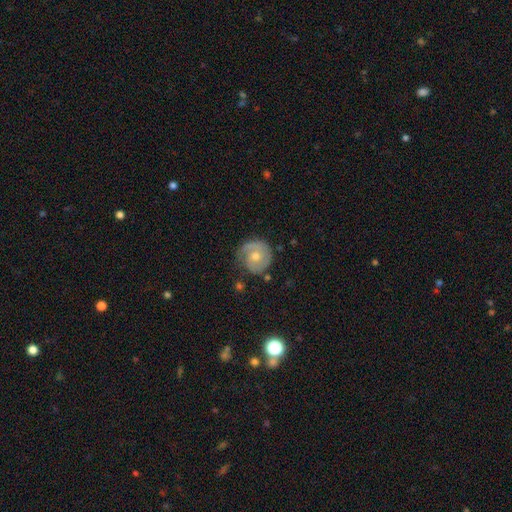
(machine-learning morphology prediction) This is likely a featured or disk galaxy (70%). It is clearly not viewed edge-on (98%). Bar: likely no (75%). Spiral arm pattern: clearly yes (87%). Spiral arm count: possibly 2 (47%). Spiral winding: likely tight (61%). Central bulge: likely moderate (64%). Merging: likely none (71%).